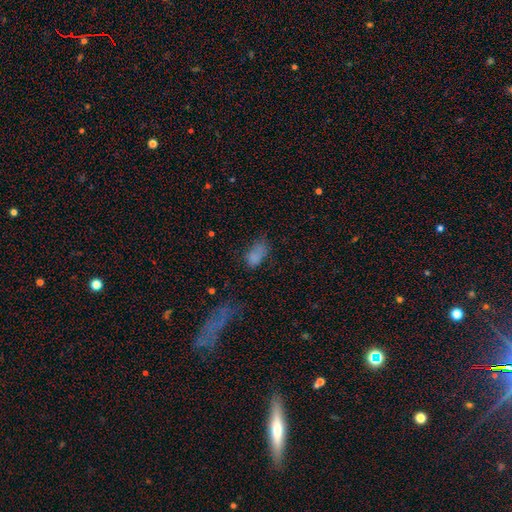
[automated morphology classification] smooth_or_featured: smooth (p=0.74) [alt: star or artifact p=0.15]
how_rounded: in between (p=0.89) [alt: round p=0.07]
merging: none (p=0.46) [alt: minor disturbance p=0.28]